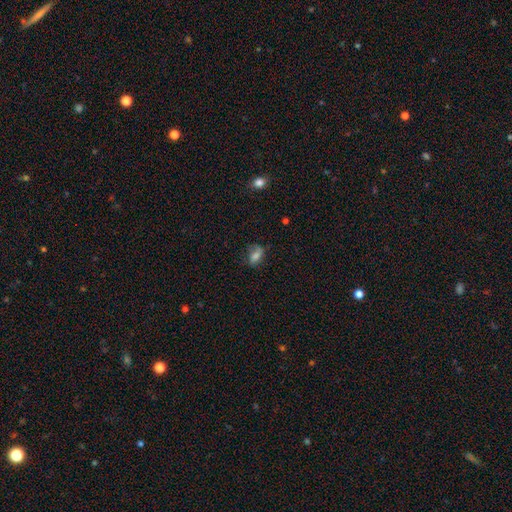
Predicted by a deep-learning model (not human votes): Smooth or featured: smooth — 71% (featured or disk — 17%)
How rounded: in between — 80% (round — 14%)
Merging: none — 55% (minor disturbance — 29%)